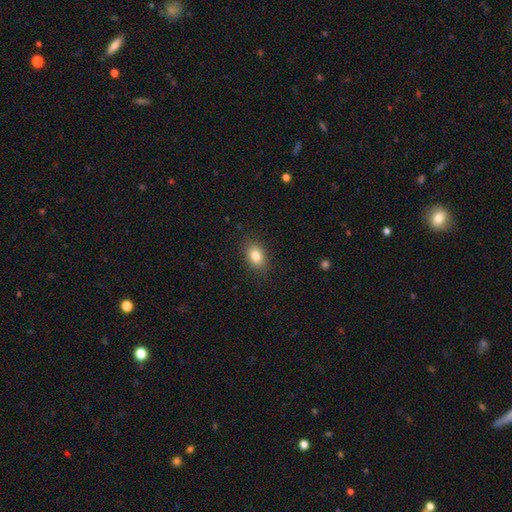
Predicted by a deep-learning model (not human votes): This appears to be a smooth galaxy with no disk features (84%) that is in between round and cigar-shaped (84%). Merging: none (86%).